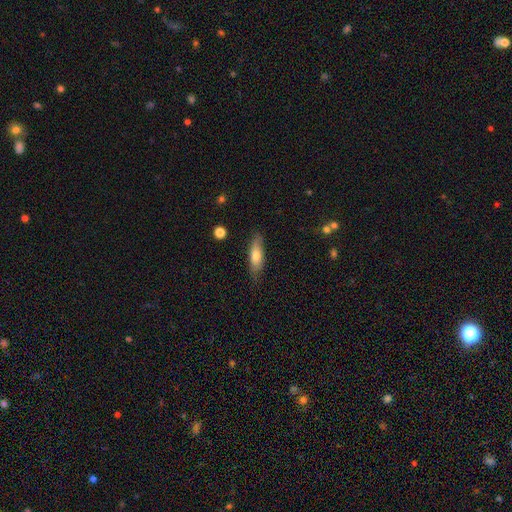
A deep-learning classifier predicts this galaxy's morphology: The model was most divided on "how rounded": cigar-shaped: 51%, in between: 47%, round: 2%. More confident: merging — none (79%); smooth or featured — smooth (67%).